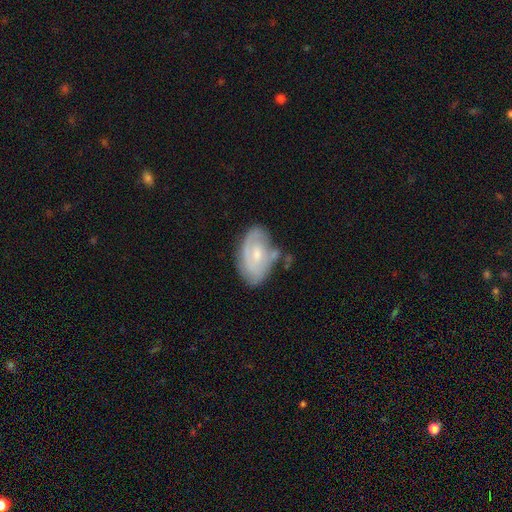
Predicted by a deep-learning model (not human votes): A featured or disk galaxy (64%) with no bar (52%), spiral arms (79%) and a small central bulge (49%). Merging: none (55%).